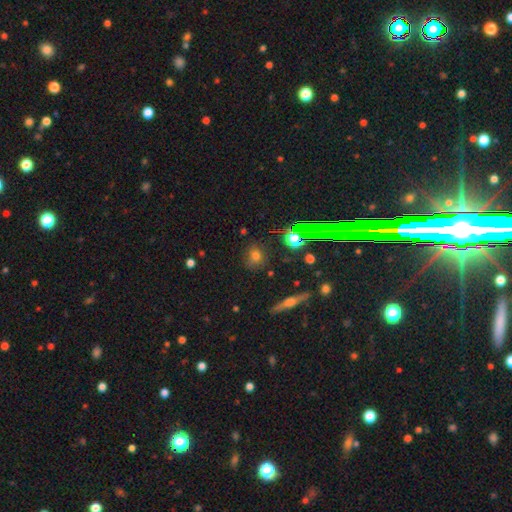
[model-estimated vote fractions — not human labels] A smooth galaxy with no disk features (64%) that is round (69%). Merging: none (80%).